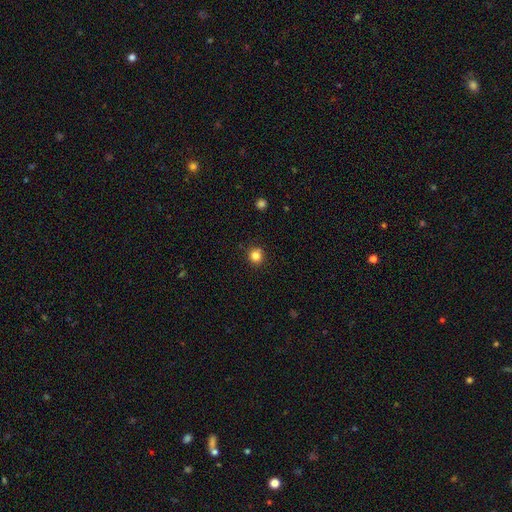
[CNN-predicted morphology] Smooth or featured: smooth — 83% (star or artifact — 12%)
How rounded: round — 91% (in between — 8%)
Merging: none — 89% (minor disturbance — 7%)